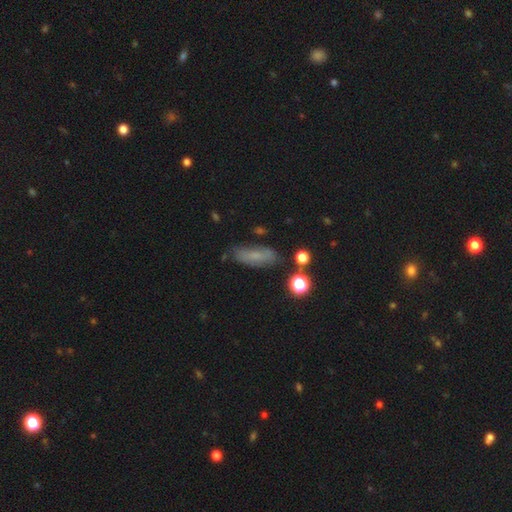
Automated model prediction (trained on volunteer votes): Smooth or featured? smooth (61%)
How rounded? in between (57%)
Merging? none (70%)